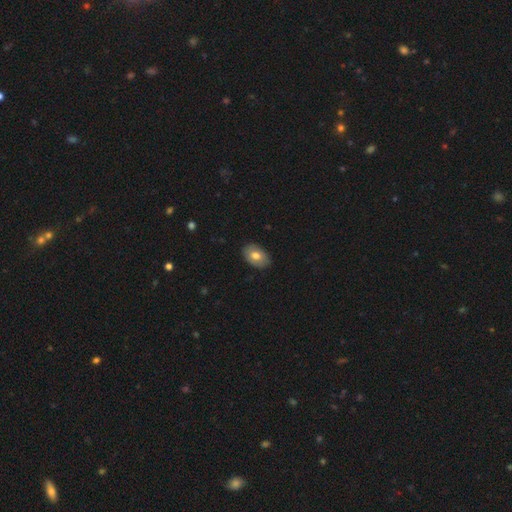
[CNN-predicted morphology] This is likely a smooth galaxy (72%). How rounded: clearly in between (88%). Merging: clearly none (85%).